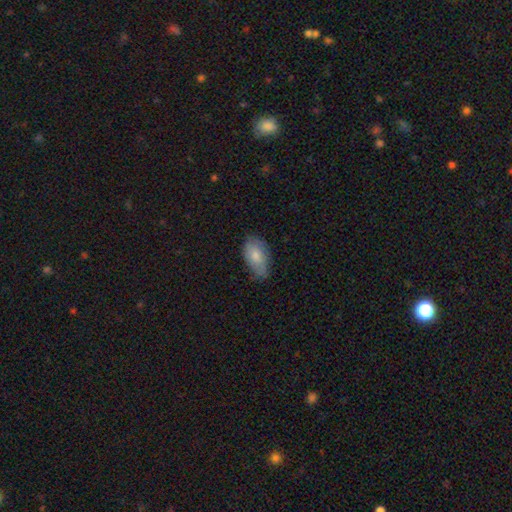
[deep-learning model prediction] smooth 78%, featured or disk 16%, star or artifact 6%. Down the decision tree: how rounded — in between (93%); merging — none (60%).